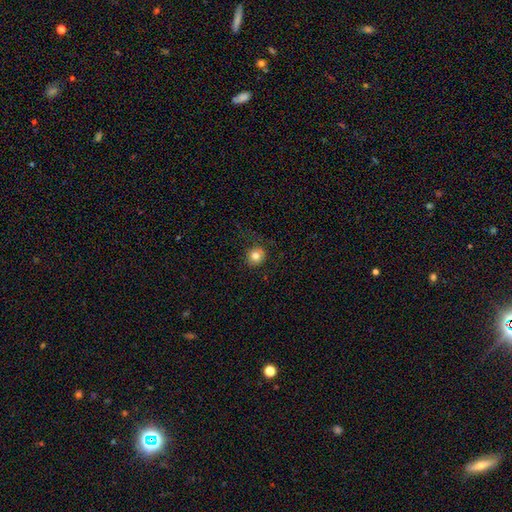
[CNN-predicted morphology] Smooth or featured?
  - smooth: 81% *
  - star or artifact: 11%
  - featured or disk: 8%
How rounded?
  - round: 88% *
  - in between: 11%
  - cigar-shaped: 1%
Merging?
  - none: 82% *
  - minor disturbance: 12%
  - major disturbance: 5%
  - merger: 1%